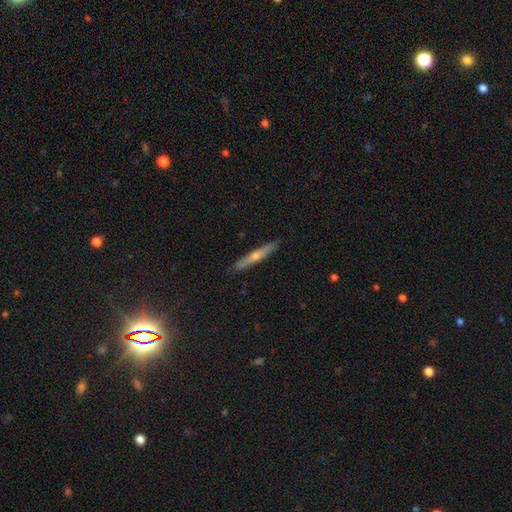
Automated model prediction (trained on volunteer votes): A featured or disk galaxy (59%) viewed edge-on (95%) with a rounded central bulge (80%).

Vote fractions:
- Smooth or featured? featured or disk: 59% / smooth: 34% / star or artifact: 7%
- Edge-on disk? yes: 95% / no: 5%
- Edge-on bulge? rounded: 80% / none: 17% / boxy: 3%
- Merging? none: 90% / minor disturbance: 7% / major disturbance: 1% / merger: 1%